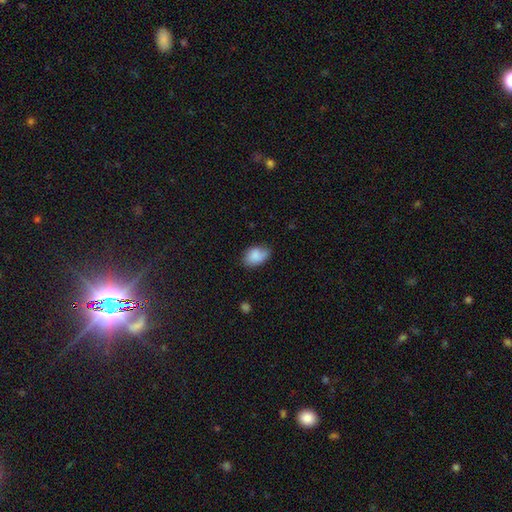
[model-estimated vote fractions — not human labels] A smooth galaxy with no disk features (83%) that is in between round and cigar-shaped (86%).

Vote fractions:
- Smooth or featured? smooth: 83% / featured or disk: 9% / star or artifact: 8%
- How rounded? in between: 86% / round: 13% / cigar-shaped: 1%
- Merging? none: 60% / minor disturbance: 31% / major disturbance: 6% / merger: 2%